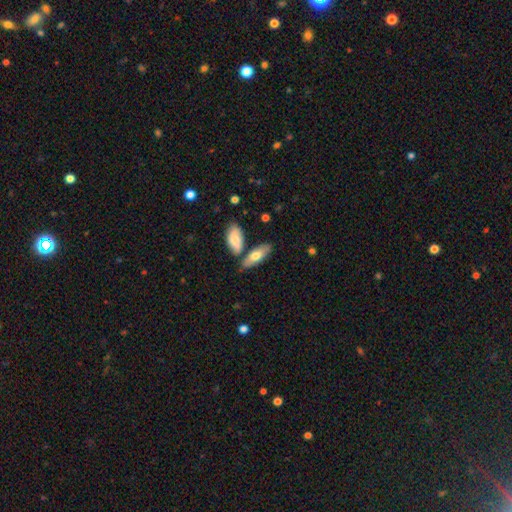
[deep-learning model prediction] Morphology: type=smooth (71%); roundness=in between (72%); merging=none (65%).